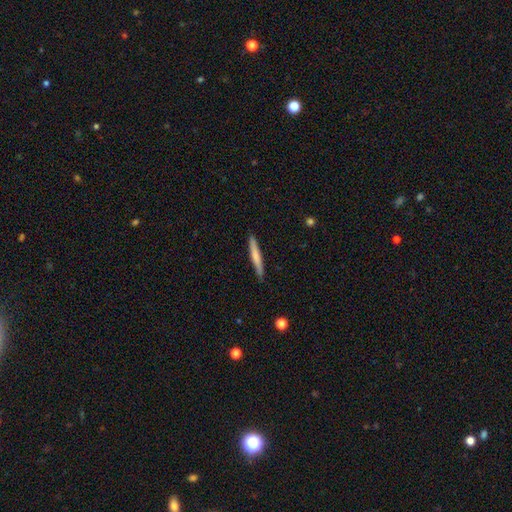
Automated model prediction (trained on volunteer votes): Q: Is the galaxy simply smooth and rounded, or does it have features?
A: smooth — 66%.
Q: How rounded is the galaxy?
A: cigar-shaped — 95%.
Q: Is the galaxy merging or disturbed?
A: none — 89%.